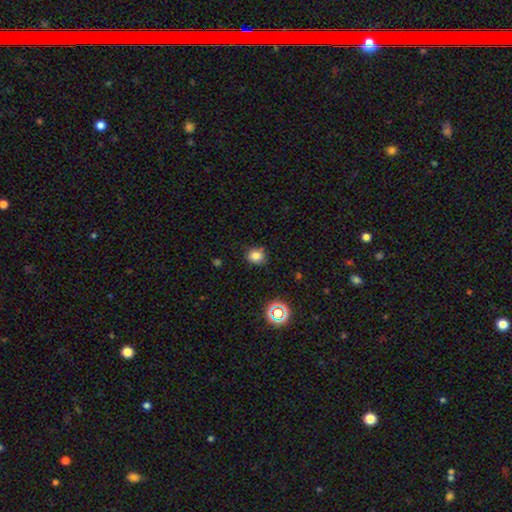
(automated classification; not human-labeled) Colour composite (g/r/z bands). It shows a smooth galaxy with no disk features (79%) that is round (76%). Merging: none (81%).